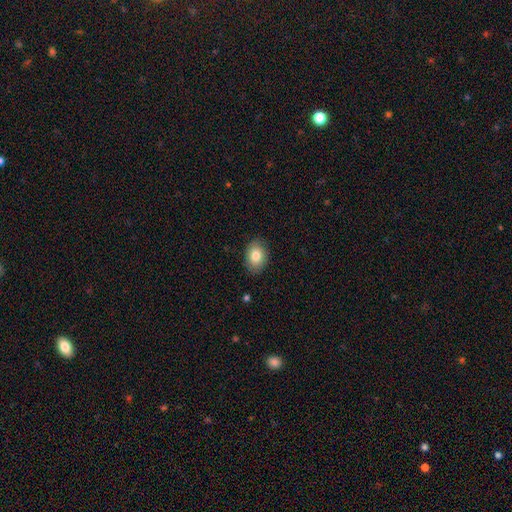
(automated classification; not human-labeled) A smooth galaxy with no disk features (82%) that is in between round and cigar-shaped (76%). Merging: none (87%).